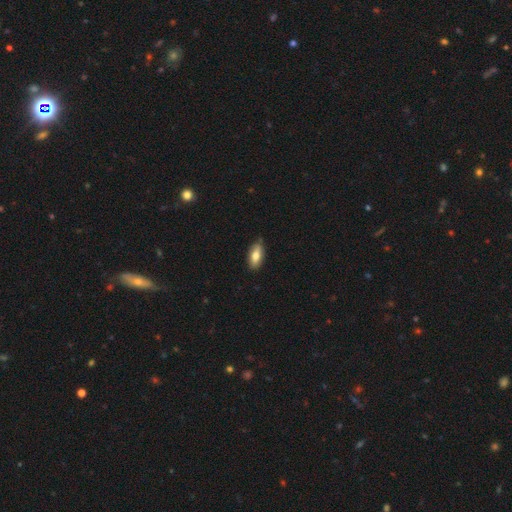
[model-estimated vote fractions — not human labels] A smooth galaxy with no disk features (75%) that is in between round and cigar-shaped (85%). Merging: none (82%).